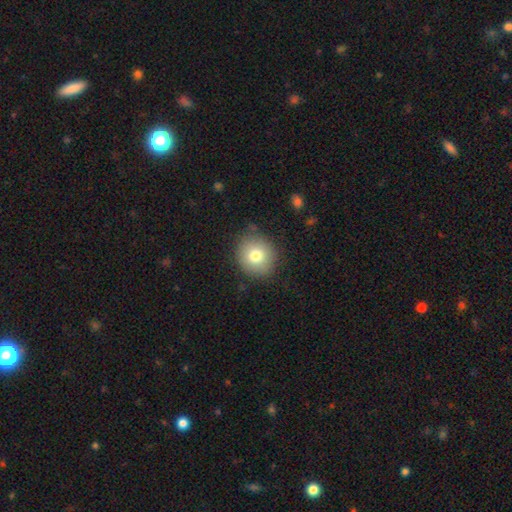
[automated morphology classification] This appears to be a smooth galaxy with no disk features (78%) that is round (85%). Merging: none (83%).